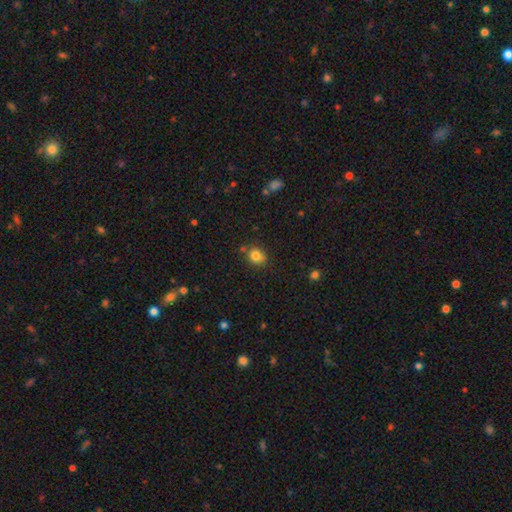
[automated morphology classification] This is clearly a smooth galaxy (82%). How rounded: likely round (69%). Merging: likely none (75%).